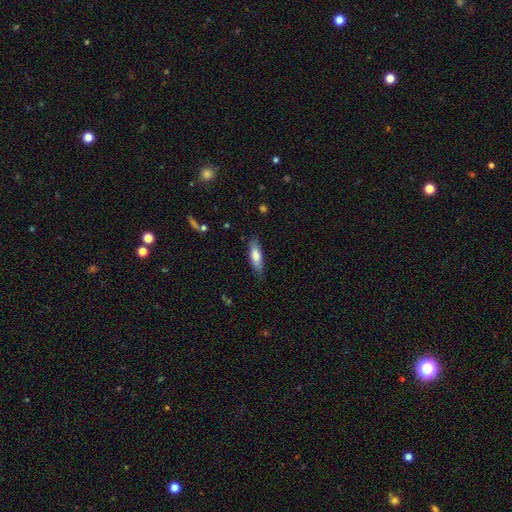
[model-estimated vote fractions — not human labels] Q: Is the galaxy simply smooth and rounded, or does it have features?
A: smooth — 75%.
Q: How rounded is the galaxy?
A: cigar-shaped — 53%.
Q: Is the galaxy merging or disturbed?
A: none — 81%.